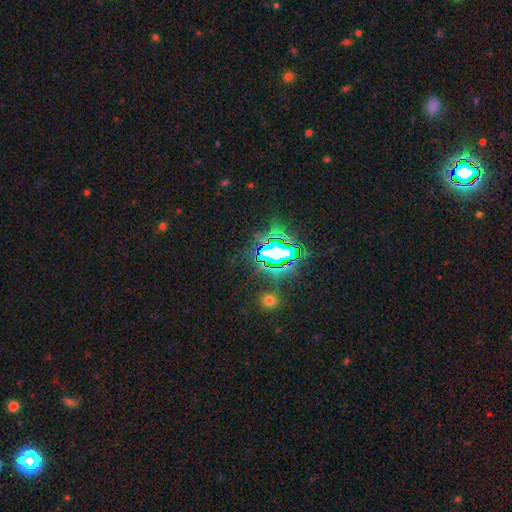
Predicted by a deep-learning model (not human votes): Smooth or featured: star or artifact — 78% (smooth — 12%)